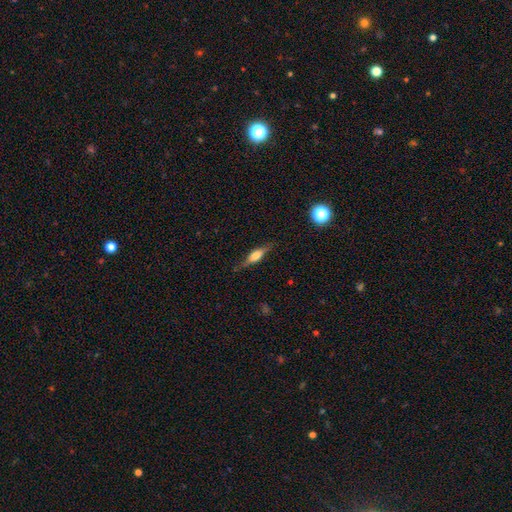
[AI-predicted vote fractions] smooth_or_featured: featured or disk (p=0.52) [alt: smooth p=0.41]
disk_edge_on: yes (p=0.92) [alt: no p=0.08]
merging: none (p=0.78) [alt: minor disturbance p=0.16]